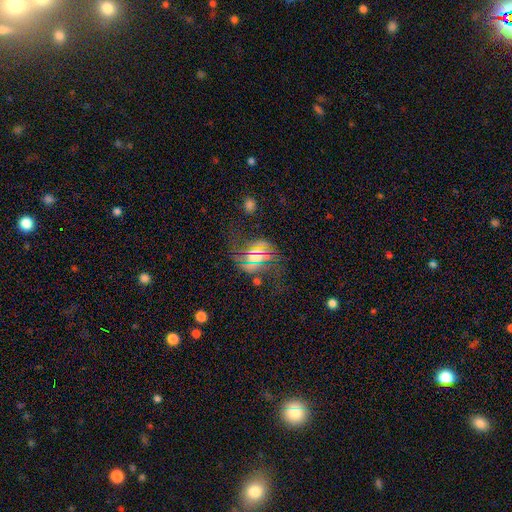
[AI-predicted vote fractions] Q: Smooth or featured?
A: star or artifact (43%); runner-up: featured or disk (29%)